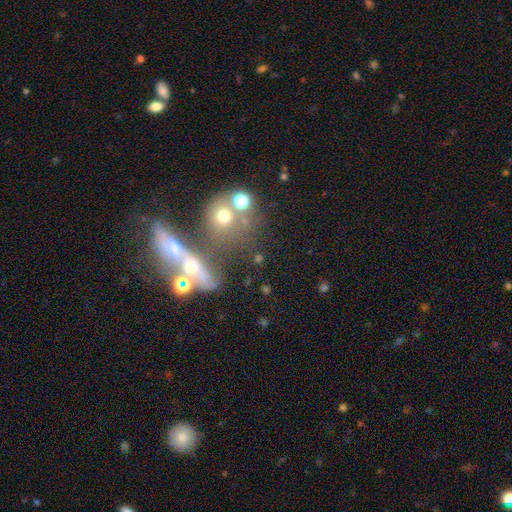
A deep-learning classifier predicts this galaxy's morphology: This is possibly a smooth galaxy (51%). How rounded: possibly round (58%). Merging: marginally none (43%).